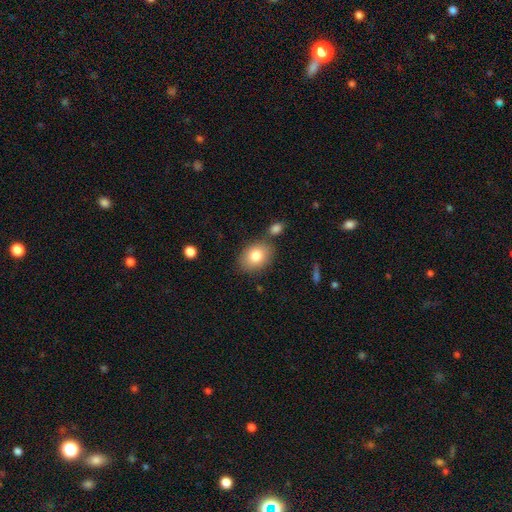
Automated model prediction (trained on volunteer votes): smooth-or-featured: smooth: 80% | featured or disk: 12% | star or artifact: 8%
  how-rounded: in between: 67% | round: 32% | cigar-shaped: 1%
  merging: none: 74% | minor disturbance: 13% | merger: 10% | major disturbance: 4%